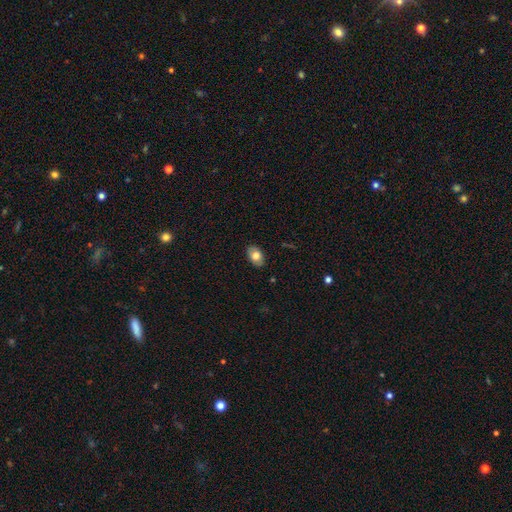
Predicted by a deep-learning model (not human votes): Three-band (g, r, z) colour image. It shows a smooth galaxy with no disk features (74%) that is in between round and cigar-shaped (89%). Merging: none (86%).